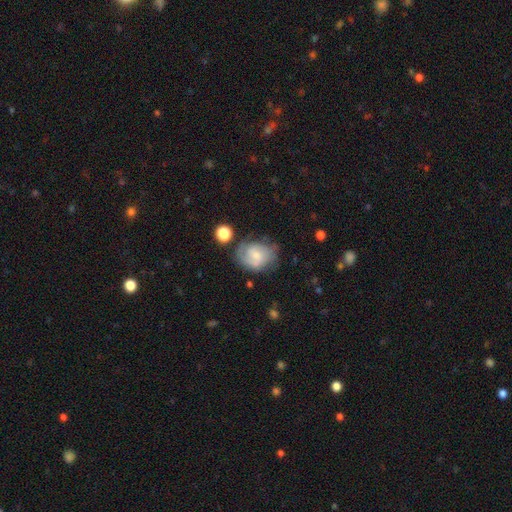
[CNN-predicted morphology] A featured or disk galaxy (53%) with no bar (57%), spiral arms (81%) and a small central bulge (53%). Merging: none (53%).